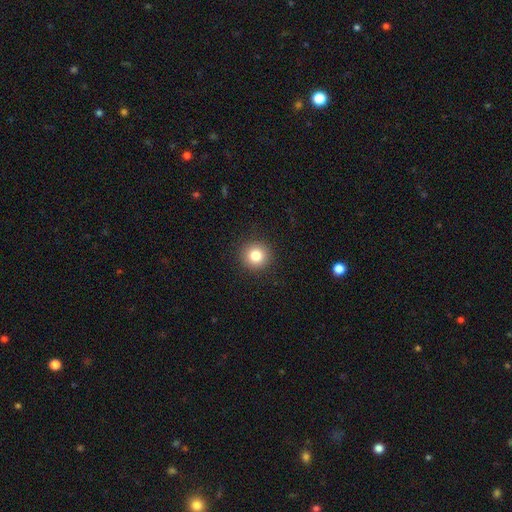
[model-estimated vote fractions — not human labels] Q: Smooth or featured?
A: smooth (83%); runner-up: star or artifact (11%)
Q: How rounded?
A: round (94%); runner-up: in between (5%)
Q: Merging?
A: none (92%); runner-up: minor disturbance (5%)